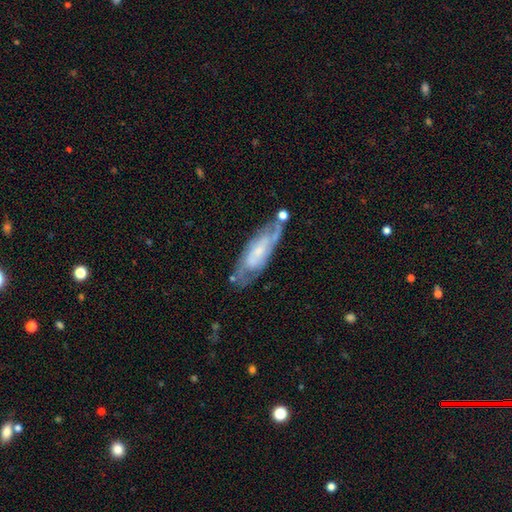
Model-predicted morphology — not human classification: featured or disk 66%, smooth 25%, star or artifact 8%. Down the decision tree: edge-on disk — no (74%); merging — none (67%).